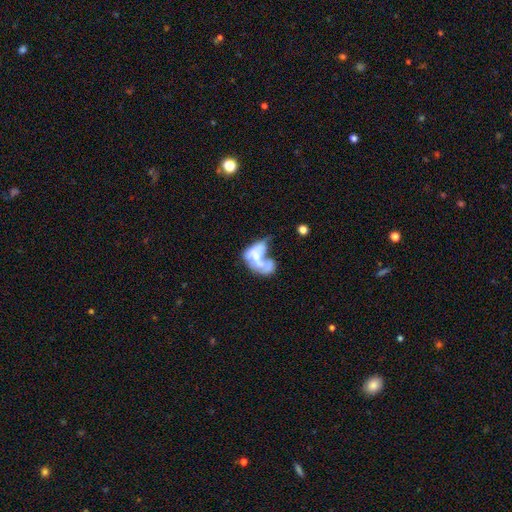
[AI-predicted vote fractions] Smooth or featured?
  - featured or disk: 53% *
  - smooth: 39%
  - star or artifact: 8%
Edge-on disk?
  - no: 95% *
  - yes: 5%
Bar?
  - no: 75% *
  - weak: 19%
  - strong: 6%
Spiral arms?
  - no: 69% *
  - yes: 31%
Bulge size?
  - moderate: 55% *
  - small: 20%
  - large: 14%
  - none: 9%
  - dominant: 2%
Merging?
  - merger: 51% *
  - major disturbance: 29%
  - none: 10%
  - minor disturbance: 9%